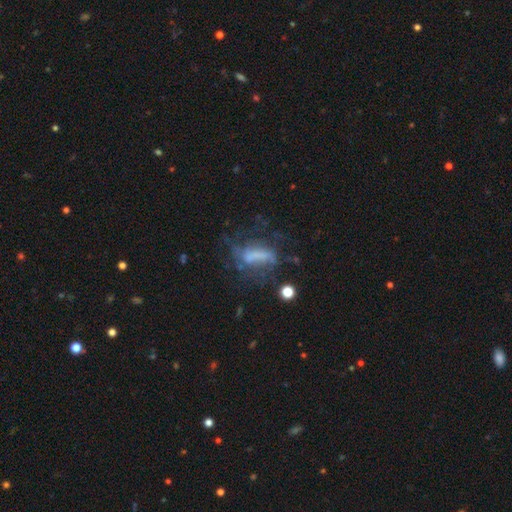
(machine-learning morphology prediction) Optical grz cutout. It shows a featured or disk galaxy (54%). Merging: none (38%).